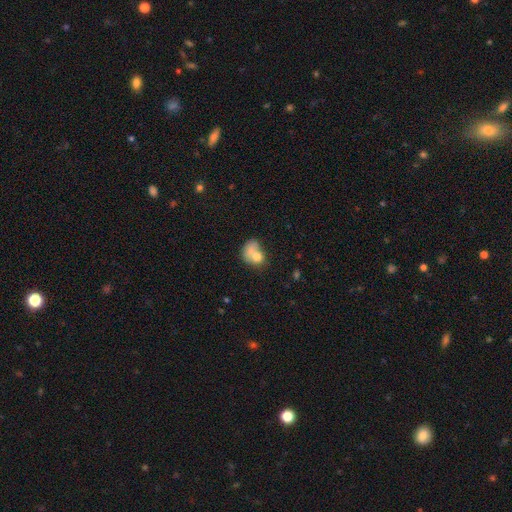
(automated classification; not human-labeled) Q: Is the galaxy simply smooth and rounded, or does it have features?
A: smooth — 68%.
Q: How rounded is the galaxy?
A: round — 50%.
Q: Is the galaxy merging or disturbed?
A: merger — 51%.